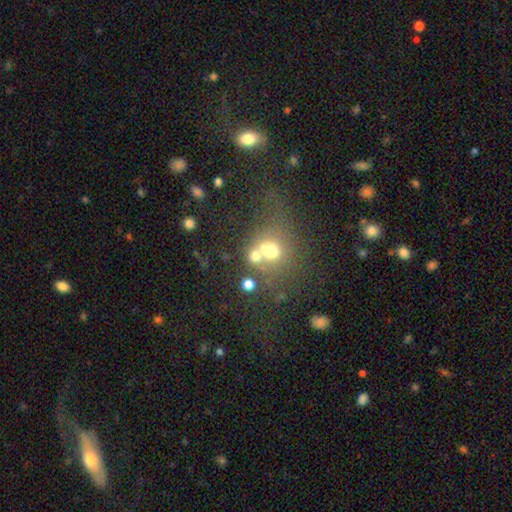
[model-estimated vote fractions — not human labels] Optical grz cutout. It shows a smooth galaxy with no disk features (56%) that is round (75%). Merging: merger (46%).